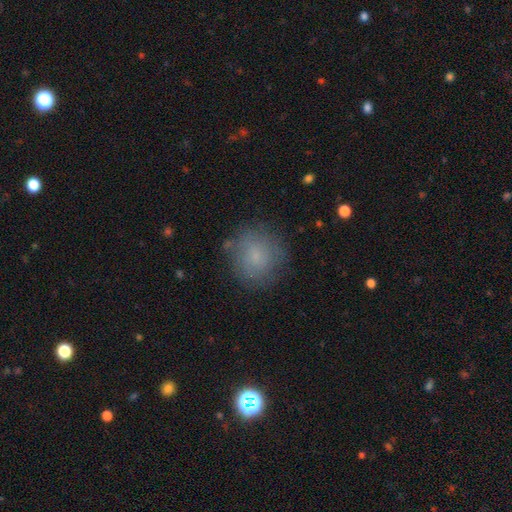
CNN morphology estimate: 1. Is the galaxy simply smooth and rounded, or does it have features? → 72% smooth, 16% featured or disk, 11% star or artifact.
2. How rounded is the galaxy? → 88% round, 11% in between, 1% cigar-shaped.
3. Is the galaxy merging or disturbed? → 78% none, 15% minor disturbance, 5% major disturbance, 2% merger.